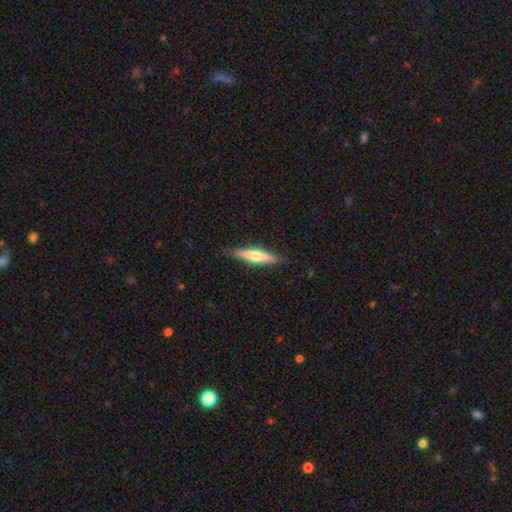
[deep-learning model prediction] Smooth or featured? smooth (48%)
Merging? none (87%)